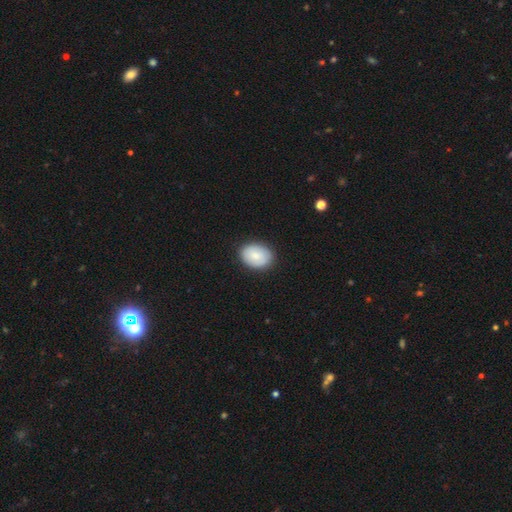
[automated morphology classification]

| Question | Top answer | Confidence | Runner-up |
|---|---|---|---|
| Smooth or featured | smooth | 82% | featured or disk (12%) |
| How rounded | in between | 73% | round (26%) |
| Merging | none | 88% | minor disturbance (9%) |